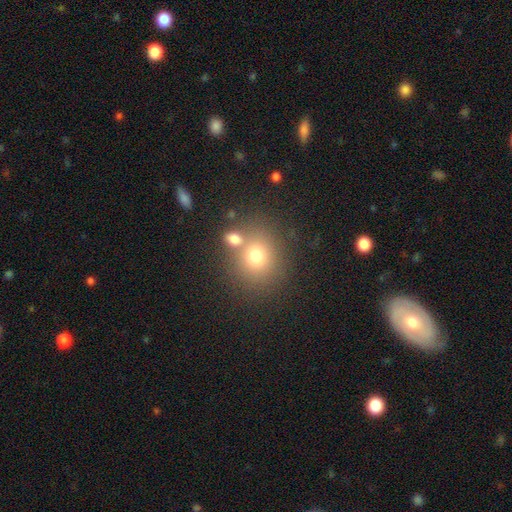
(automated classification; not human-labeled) A smooth galaxy with no disk features (74%) that is round (78%). Merging: none (62%).